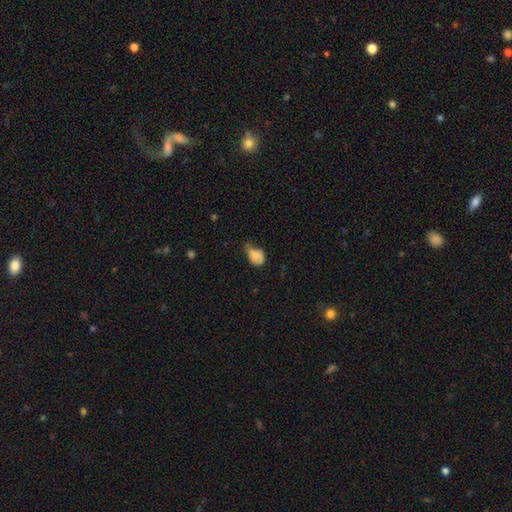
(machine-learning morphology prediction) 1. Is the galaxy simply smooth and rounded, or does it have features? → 72% smooth, 19% featured or disk, 9% star or artifact.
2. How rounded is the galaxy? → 61% in between, 37% round, 1% cigar-shaped.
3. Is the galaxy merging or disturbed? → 40% minor disturbance, 28% major disturbance, 24% none, 8% merger.